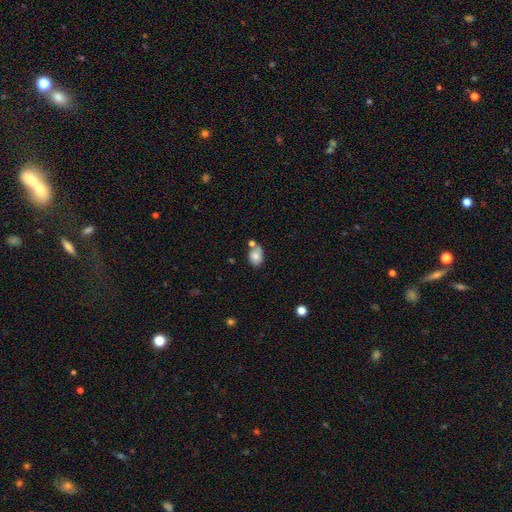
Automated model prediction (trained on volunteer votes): A smooth galaxy with no disk features (70%) that is in between round and cigar-shaped (73%). Merging: none (38%).